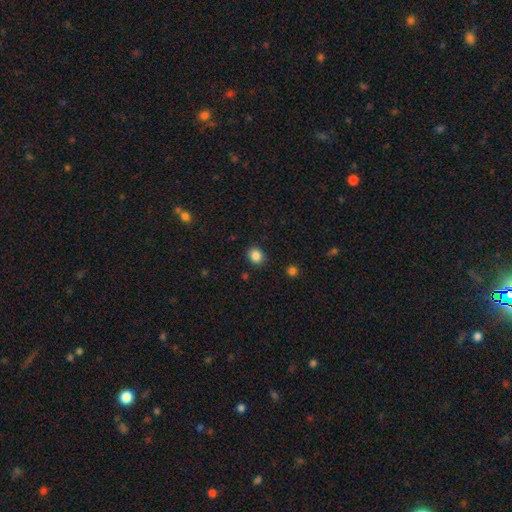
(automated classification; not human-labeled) Smooth or featured? smooth (86%)
How rounded? round (64%)
Merging? none (88%)